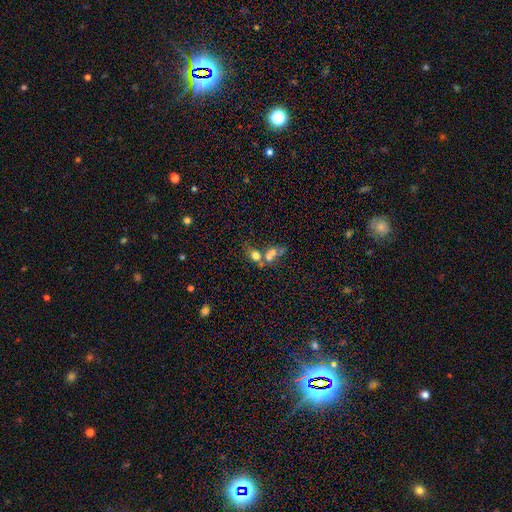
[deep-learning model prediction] The model was most divided on "how rounded": in between: 49%, round: 48%, cigar-shaped: 2%. More confident: smooth or featured — smooth (66%); merging — merger (58%).